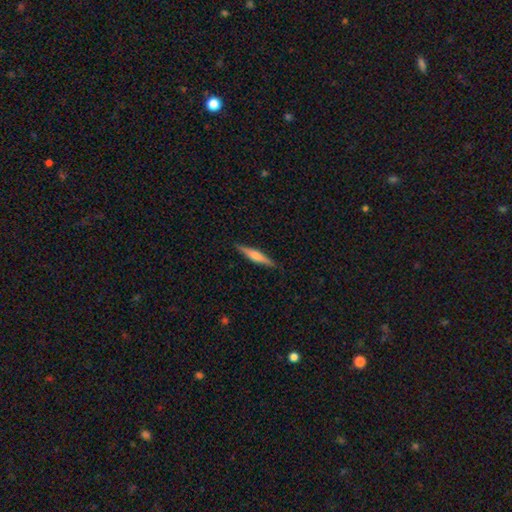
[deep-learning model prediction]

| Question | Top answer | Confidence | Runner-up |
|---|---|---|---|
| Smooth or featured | smooth | 48% | featured or disk (46%) |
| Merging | none | 89% | minor disturbance (8%) |